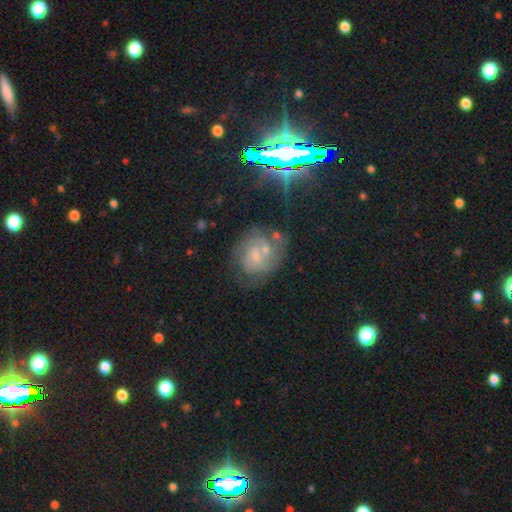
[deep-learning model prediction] smooth_or_featured: featured or disk (p=0.54) [alt: smooth p=0.26]
disk_edge_on: no (p=0.96) [alt: yes p=0.04]
bar: no (p=0.52) [alt: weak p=0.39]
has_spiral_arms: yes (p=0.72) [alt: no p=0.28]
bulge_size: small (p=0.57) [alt: moderate p=0.26]
merging: none (p=0.51) [alt: minor disturbance p=0.19]